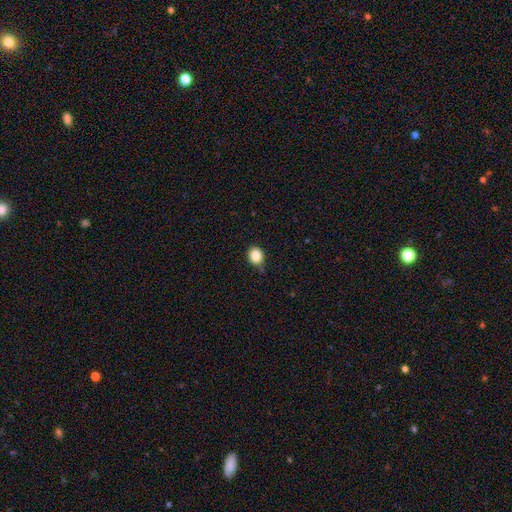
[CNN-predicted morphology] Overall: smooth (86%). How rounded: round (62%; in between 37%). Merging: none (80%).